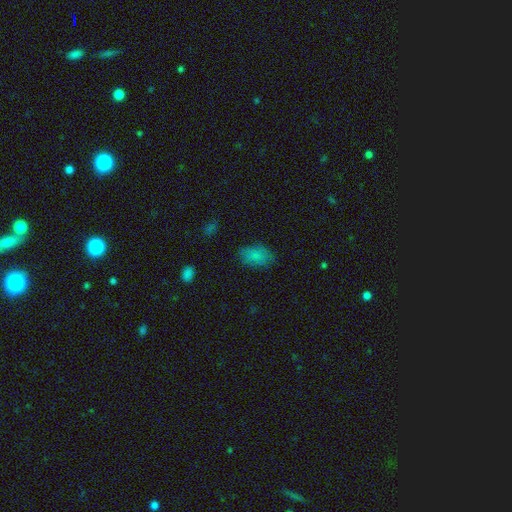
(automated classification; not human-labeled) Smooth or featured? Predicted: smooth (p=0.83). How rounded? Predicted: in between (p=0.90). Merging? Predicted: none (p=0.79).